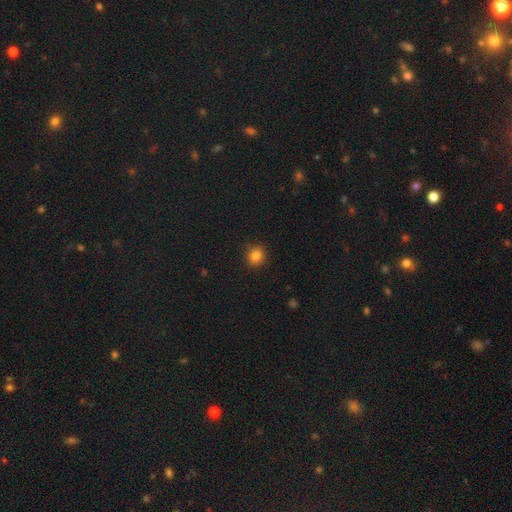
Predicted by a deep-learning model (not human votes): Q: Smooth or featured?
A: smooth (83%); runner-up: star or artifact (12%)
Q: How rounded?
A: round (83%); runner-up: in between (16%)
Q: Merging?
A: none (89%); runner-up: minor disturbance (8%)